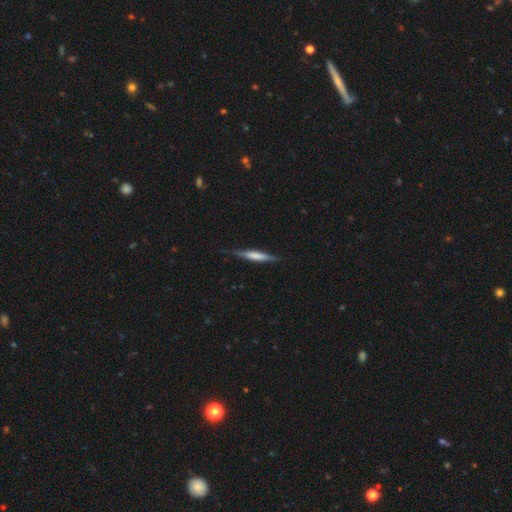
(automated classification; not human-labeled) A smooth galaxy with no disk features (47%, tied with featured or disk).

Vote fractions:
- Smooth or featured? smooth: 47% (tied) / featured or disk: 47% (tied) / star or artifact: 6%
- Merging? none: 82% / minor disturbance: 14% / major disturbance: 3% / merger: 1%